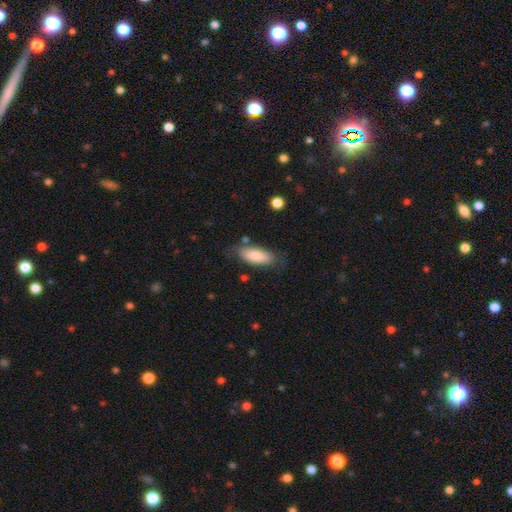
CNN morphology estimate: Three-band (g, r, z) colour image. It shows a smooth galaxy with no disk features (81%) that is in between round and cigar-shaped (76%). Merging: none (71%).